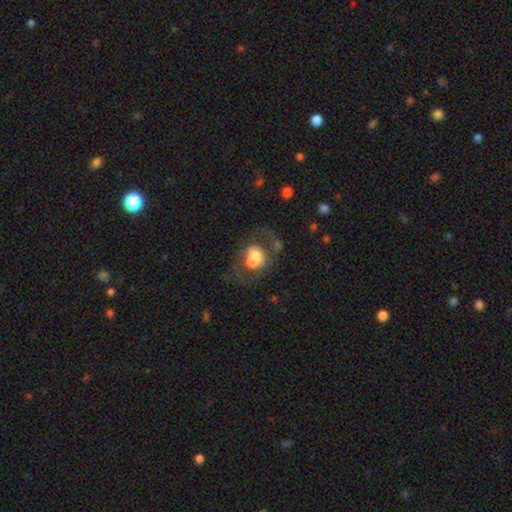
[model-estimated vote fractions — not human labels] Smooth or featured? smooth (49%)
Merging? merger (55%)